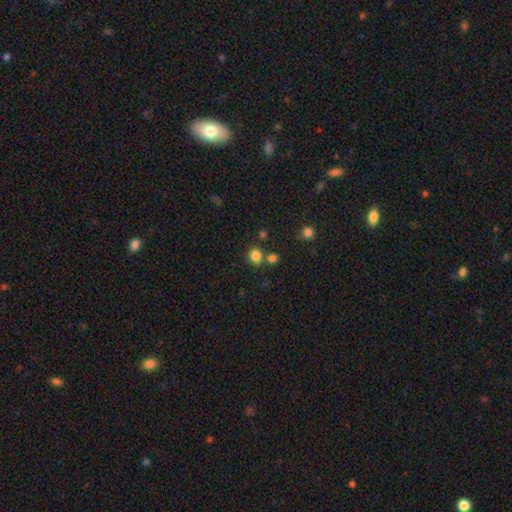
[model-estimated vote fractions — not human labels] Smooth or featured? smooth (82%)
How rounded? round (79%)
Merging? none (71%)